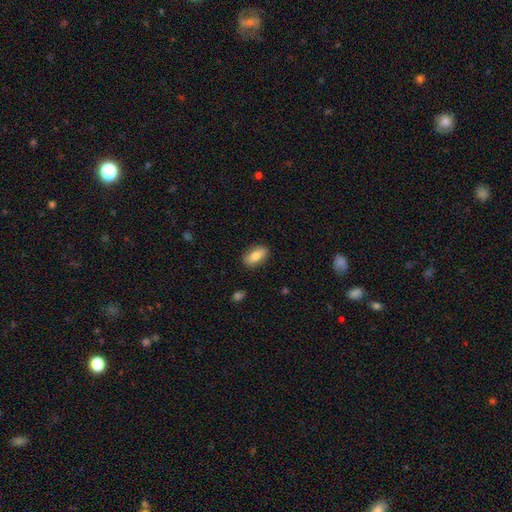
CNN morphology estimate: Smooth or featured: smooth — 79% (featured or disk — 14%)
How rounded: in between — 88% (cigar-shaped — 8%)
Merging: none — 86% (minor disturbance — 11%)